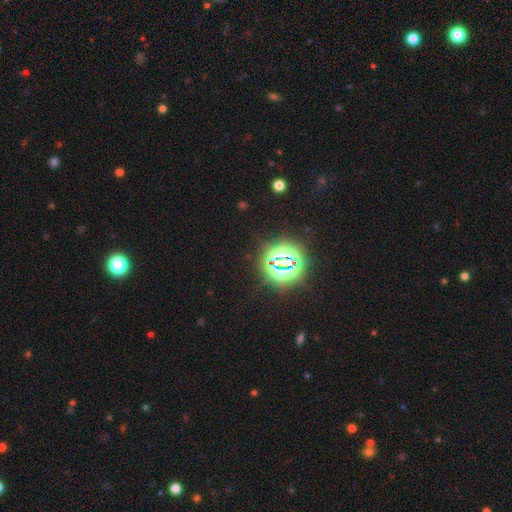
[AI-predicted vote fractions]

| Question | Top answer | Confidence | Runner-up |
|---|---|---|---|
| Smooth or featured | star or artifact | 81% | smooth (13%) |